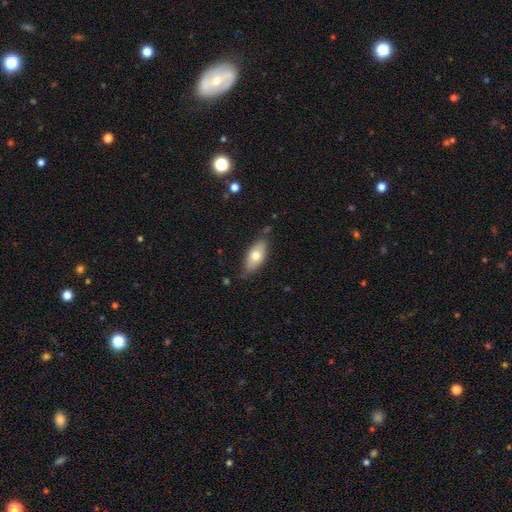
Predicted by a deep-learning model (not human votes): Overall: smooth (71%). How rounded: in between (87%). Merging: none (75%).